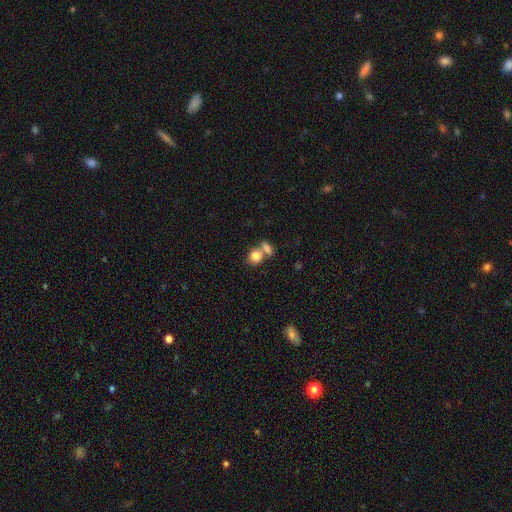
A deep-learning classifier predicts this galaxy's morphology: The model was most divided on "merging": merger: 45%, none: 42%, minor disturbance: 9%, major disturbance: 4%. More confident: smooth or featured — smooth (82%); how rounded — round (64%).